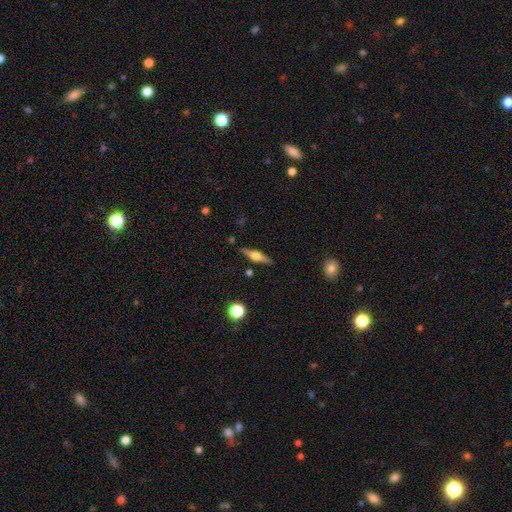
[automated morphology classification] The model was most divided on "smooth or featured": featured or disk: 68%, smooth: 25%, star or artifact: 6%. More confident: edge-on disk — yes (97%); edge-on bulge — rounded (91%); merging — none (88%).